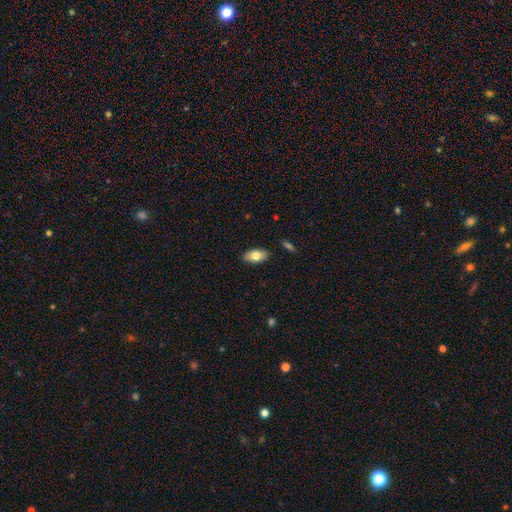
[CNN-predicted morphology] smooth 79%, featured or disk 14%, star or artifact 7%. Down the decision tree: how rounded — in between (93%); merging — none (88%).